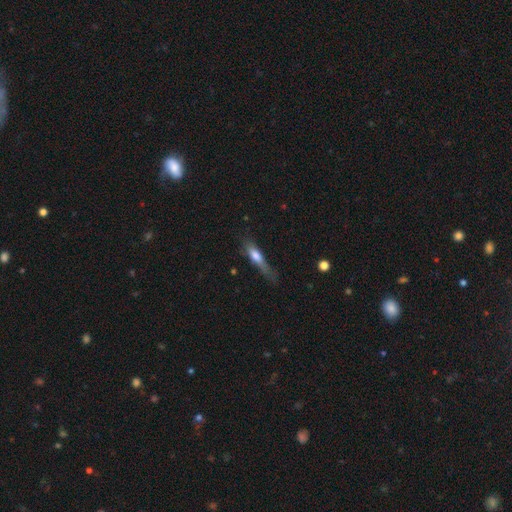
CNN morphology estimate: A smooth galaxy with no disk features (61%) that is cigar-shaped (73%).

Vote fractions:
- Smooth or featured? smooth: 61% / featured or disk: 32% / star or artifact: 7%
- How rounded? cigar-shaped: 73% / in between: 25% / round: 3%
- Merging? none: 42% / minor disturbance: 33% / major disturbance: 22% / merger: 3%